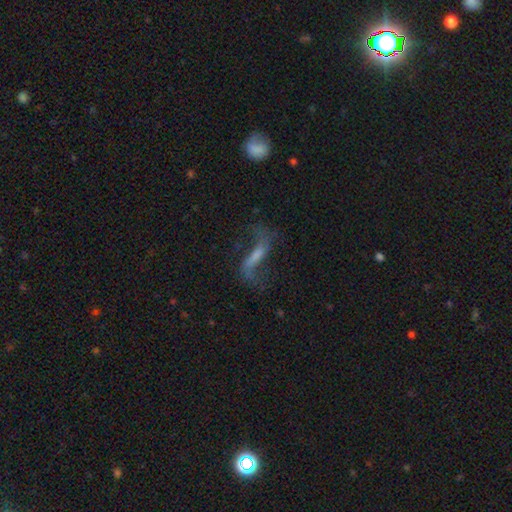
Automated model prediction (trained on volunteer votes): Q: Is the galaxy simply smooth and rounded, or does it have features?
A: featured or disk — 75%.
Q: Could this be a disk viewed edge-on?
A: no — 85%.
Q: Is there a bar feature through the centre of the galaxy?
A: strong — 44%.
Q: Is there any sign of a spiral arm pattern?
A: yes — 91%.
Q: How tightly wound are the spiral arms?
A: loose — 88%.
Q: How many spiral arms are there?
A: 2 — 91%.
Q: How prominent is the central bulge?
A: none — 38%.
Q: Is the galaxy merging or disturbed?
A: none — 64%.